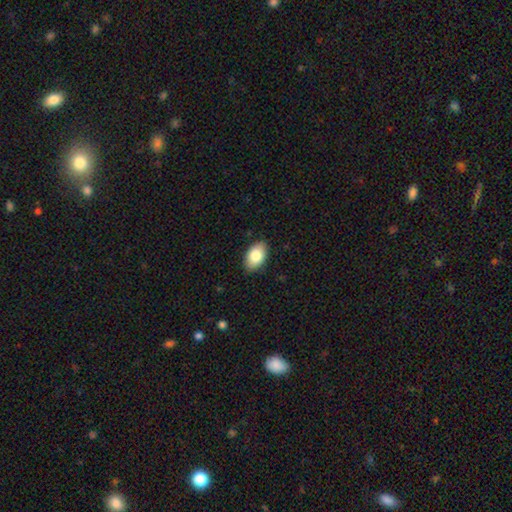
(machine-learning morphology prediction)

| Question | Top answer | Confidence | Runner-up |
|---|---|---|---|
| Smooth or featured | smooth | 84% | featured or disk (10%) |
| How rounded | in between | 93% | round (6%) |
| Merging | none | 88% | minor disturbance (9%) |